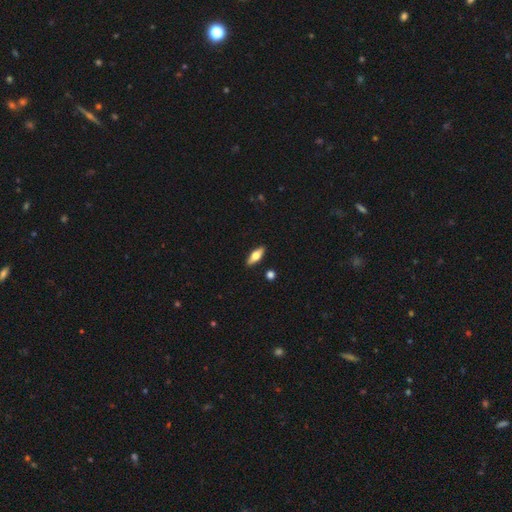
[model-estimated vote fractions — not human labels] This is possibly a smooth galaxy (54%). How rounded: likely in between (66%). Merging: clearly none (89%).